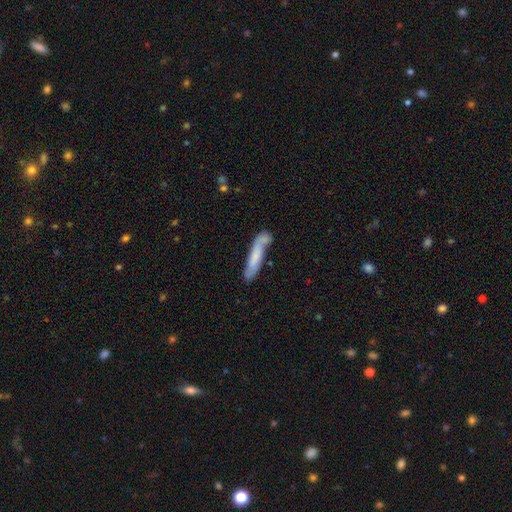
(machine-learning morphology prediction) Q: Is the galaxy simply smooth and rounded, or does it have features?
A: smooth — 59%.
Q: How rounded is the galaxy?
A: cigar-shaped — 89%.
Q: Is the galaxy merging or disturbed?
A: none — 64%.